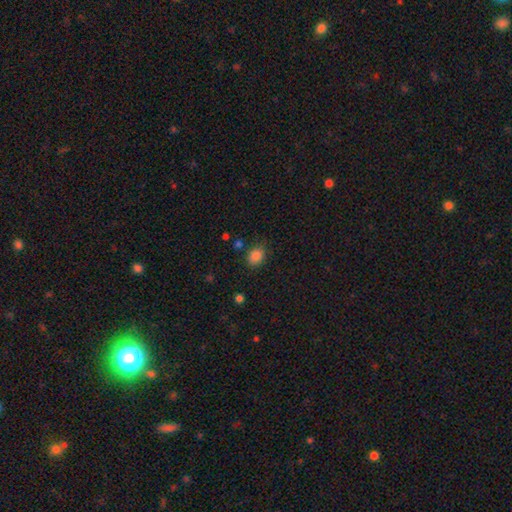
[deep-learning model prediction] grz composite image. It shows a smooth galaxy with no disk features (84%) that is in between round and cigar-shaped (56%). Merging: none (78%).